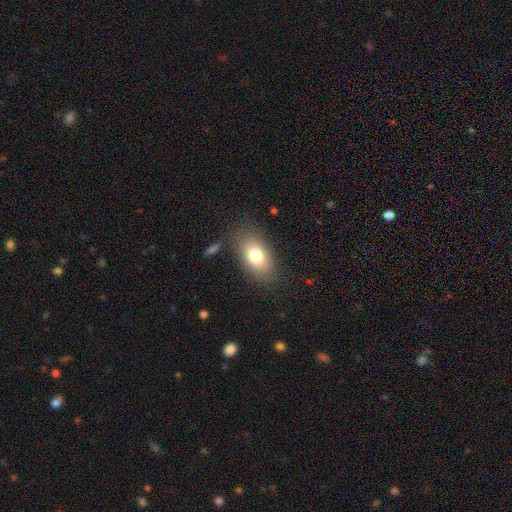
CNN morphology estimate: smooth-or-featured: smooth: 77% | featured or disk: 14% | star or artifact: 9%
  how-rounded: in between: 88% | round: 10% | cigar-shaped: 2%
  merging: none: 81% | minor disturbance: 12% | major disturbance: 5% | merger: 2%